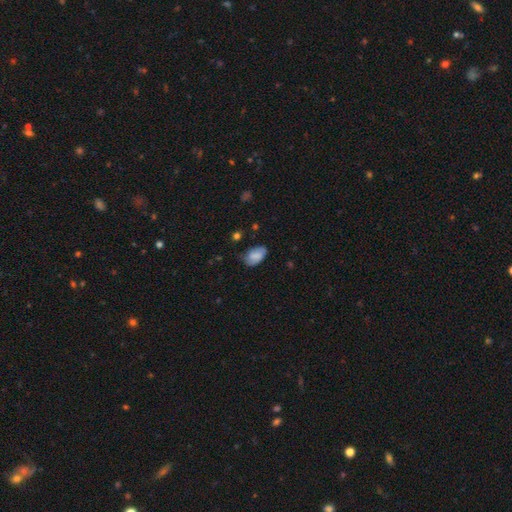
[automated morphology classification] smooth-or-featured: smooth: 74% | featured or disk: 18% | star or artifact: 8%
  how-rounded: in between: 91% | round: 8% | cigar-shaped: 1%
  merging: none: 60% | minor disturbance: 31% | major disturbance: 7% | merger: 2%